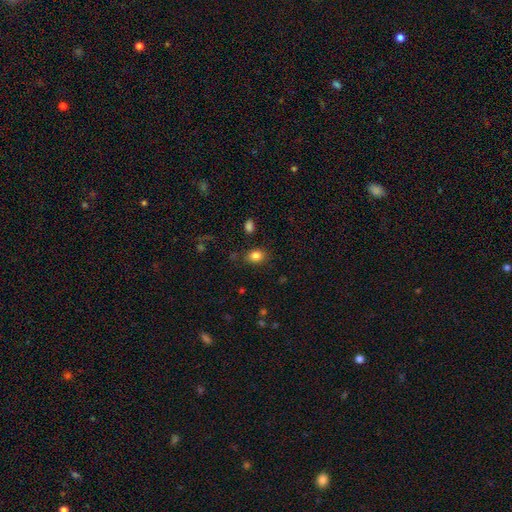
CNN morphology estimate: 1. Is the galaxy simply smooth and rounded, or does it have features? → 84% smooth, 11% star or artifact, 6% featured or disk.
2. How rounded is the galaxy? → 60% in between, 39% round, 1% cigar-shaped.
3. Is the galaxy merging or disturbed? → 83% none, 11% minor disturbance, 3% major disturbance, 2% merger.